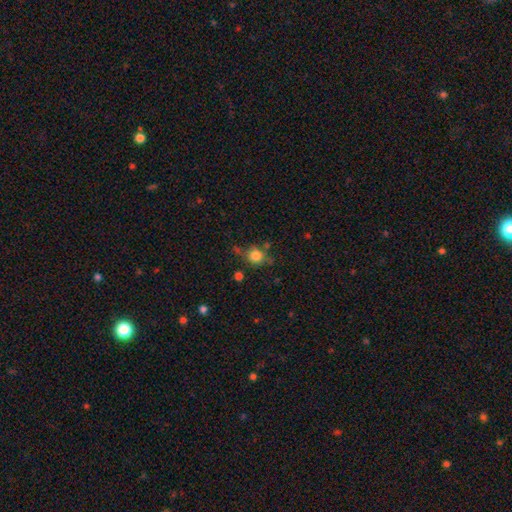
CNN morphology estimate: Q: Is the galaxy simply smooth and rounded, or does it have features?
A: smooth — 79%.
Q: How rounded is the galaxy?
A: round — 81%.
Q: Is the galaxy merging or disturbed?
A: none — 65%.